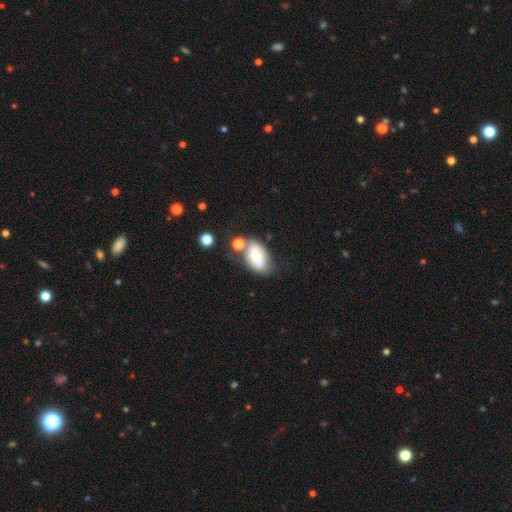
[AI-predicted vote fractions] Smooth or featured? Predicted: smooth (p=0.58). How rounded? Predicted: in between (p=0.88). Merging? Predicted: none (p=0.52).